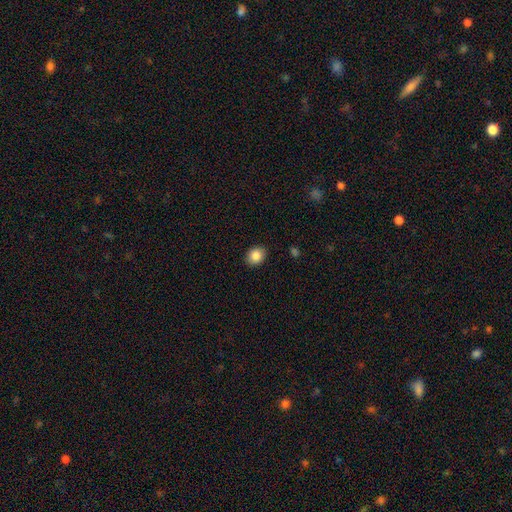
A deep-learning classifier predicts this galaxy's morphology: Smooth or featured: smooth — 86% (star or artifact — 8%)
How rounded: round — 51% (in between — 48%)
Merging: none — 90% (minor disturbance — 7%)